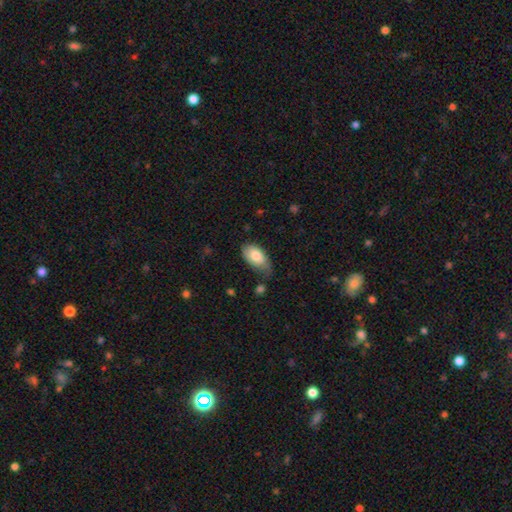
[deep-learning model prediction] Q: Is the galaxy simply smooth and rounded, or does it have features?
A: smooth — 80%.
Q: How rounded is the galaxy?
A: in between — 94%.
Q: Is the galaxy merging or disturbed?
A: none — 49%.